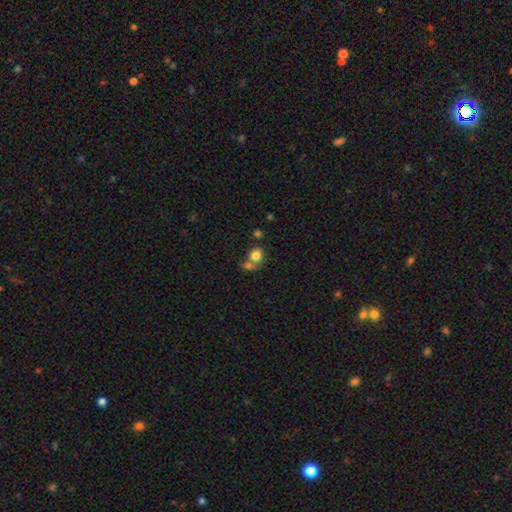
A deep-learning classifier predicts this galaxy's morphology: smooth_or_featured: smooth (p=0.79) [alt: featured or disk p=0.10]
how_rounded: round (p=0.75) [alt: in between p=0.24]
merging: merger (p=0.45) [alt: none p=0.41]